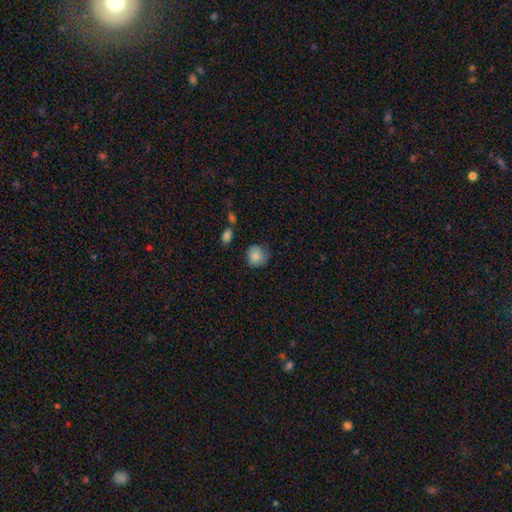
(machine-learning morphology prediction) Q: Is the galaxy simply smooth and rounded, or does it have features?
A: smooth — 83%.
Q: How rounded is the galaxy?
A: round — 81%.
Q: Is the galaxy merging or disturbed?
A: none — 63%.